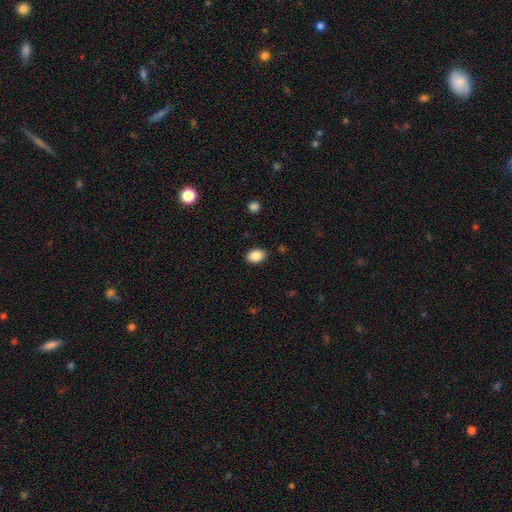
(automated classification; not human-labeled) This is clearly a smooth galaxy (86%). How rounded: likely in between (79%). Merging: clearly none (87%).